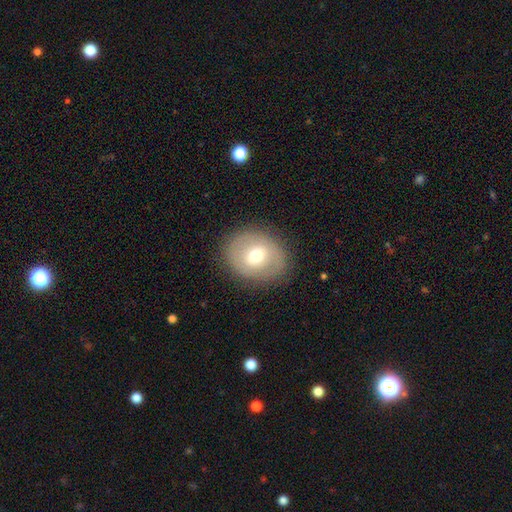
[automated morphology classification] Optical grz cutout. It shows a smooth galaxy with no disk features (57%) that is round (61%). Merging: none (84%).